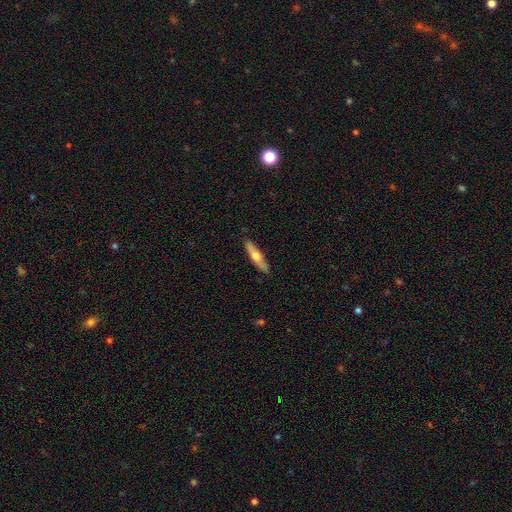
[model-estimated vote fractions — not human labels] smooth 53%, featured or disk 42%, star or artifact 5%. Down the decision tree: how rounded — cigar-shaped (80%); merging — none (89%).